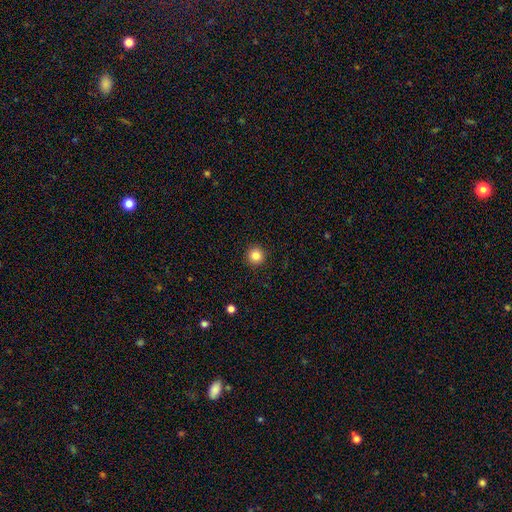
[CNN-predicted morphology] Overall: smooth (84%). How rounded: round (96%). Merging: none (93%).